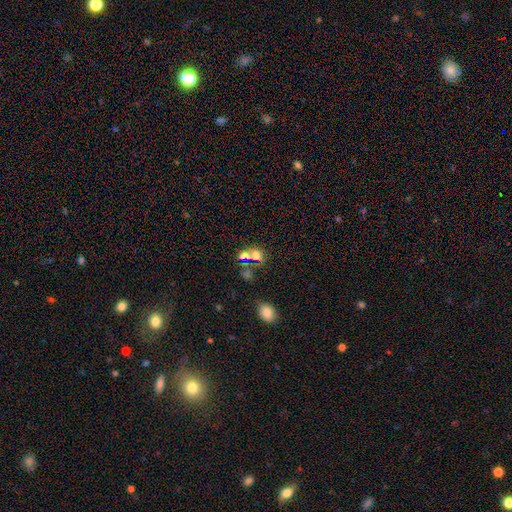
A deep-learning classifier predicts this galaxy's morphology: The model was most divided on "merging": none: 55%, merger: 27%, minor disturbance: 10%, major disturbance: 7%. More confident: how rounded — round (69%); smooth or featured — smooth (60%).